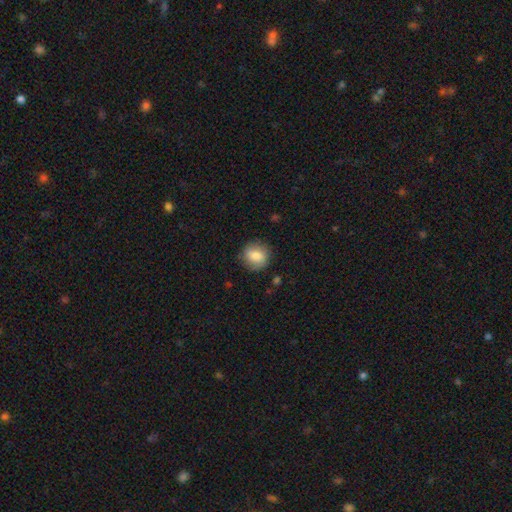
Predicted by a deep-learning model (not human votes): Smooth or featured?
  - smooth: 83% *
  - featured or disk: 9%
  - star or artifact: 8%
How rounded?
  - round: 83% *
  - in between: 16%
  - cigar-shaped: 1%
Merging?
  - none: 84% *
  - minor disturbance: 12%
  - major disturbance: 3%
  - merger: 1%